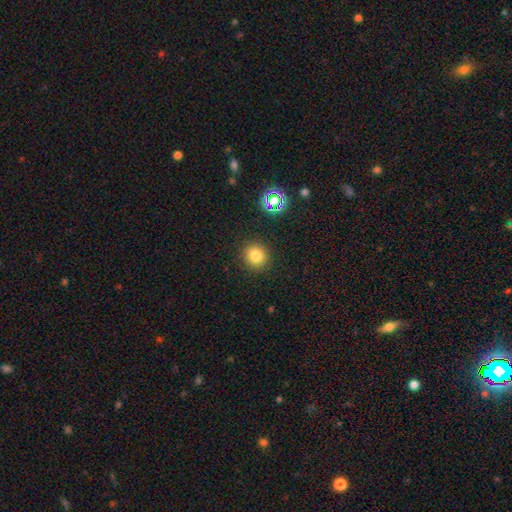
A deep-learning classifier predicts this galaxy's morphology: The model was most divided on "smooth or featured": smooth: 78%, star or artifact: 15%, featured or disk: 7%. More confident: how rounded — round (90%); merging — none (90%).